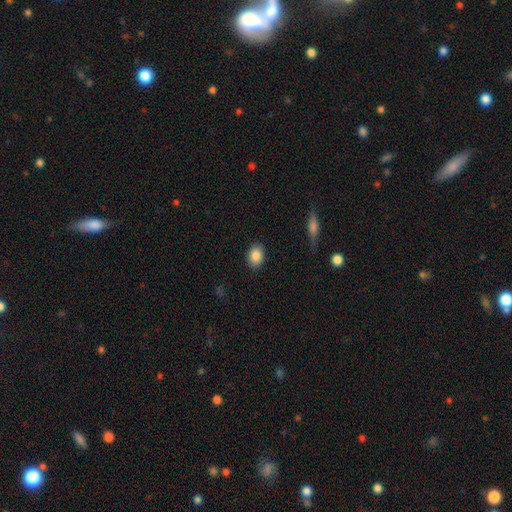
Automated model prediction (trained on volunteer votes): A smooth galaxy with no disk features (87%) that is in between round and cigar-shaped (70%).

Vote fractions:
- Smooth or featured? smooth: 87% / star or artifact: 8% / featured or disk: 5%
- How rounded? in between: 70% / round: 29% / cigar-shaped: 1%
- Merging? none: 88% / minor disturbance: 8% / major disturbance: 2% / merger: 1%